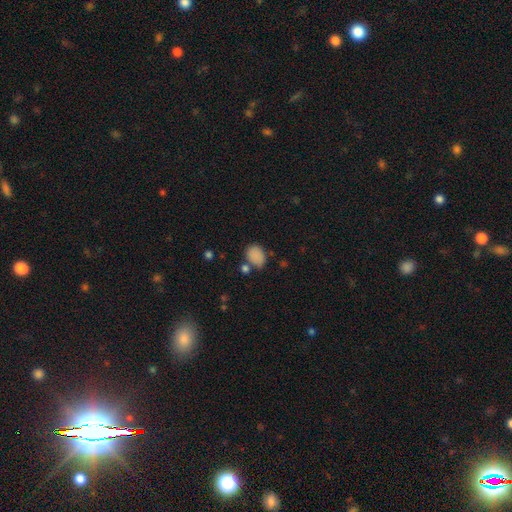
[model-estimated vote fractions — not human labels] Smooth or featured? smooth (85%)
How rounded? in between (73%)
Merging? none (67%)